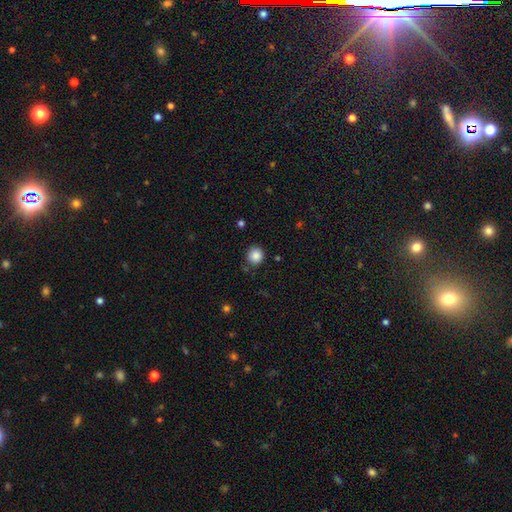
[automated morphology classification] Smooth or featured?
  - smooth: 87% *
  - star or artifact: 10%
  - featured or disk: 3%
How rounded?
  - round: 91% *
  - in between: 8%
  - cigar-shaped: 1%
Merging?
  - none: 84% *
  - minor disturbance: 11%
  - major disturbance: 3%
  - merger: 3%